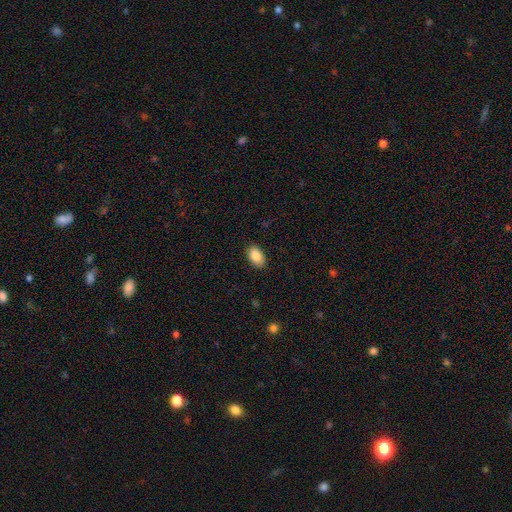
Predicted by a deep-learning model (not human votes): This is clearly a smooth galaxy (88%). How rounded: clearly in between (93%). Merging: clearly none (88%).